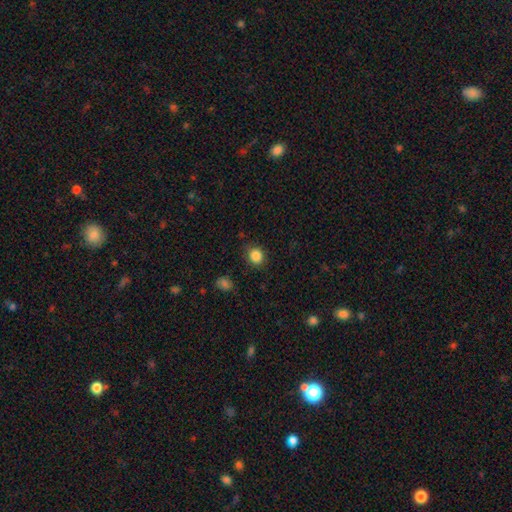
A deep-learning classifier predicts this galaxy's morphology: Smooth or featured?
  - smooth: 86% *
  - star or artifact: 10%
  - featured or disk: 4%
How rounded?
  - round: 80% *
  - in between: 19%
  - cigar-shaped: 1%
Merging?
  - none: 84% *
  - minor disturbance: 12%
  - major disturbance: 3%
  - merger: 1%